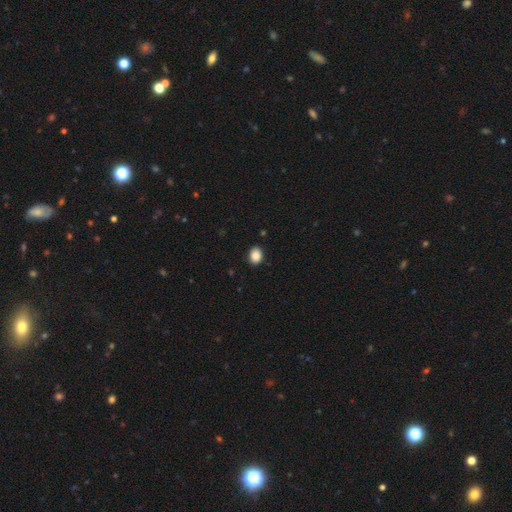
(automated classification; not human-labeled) smooth-or-featured: smooth: 89% | star or artifact: 9% | featured or disk: 3%
  how-rounded: in between: 59% | round: 40% | cigar-shaped: 1%
  merging: none: 90% | minor disturbance: 7% | major disturbance: 2% | merger: 1%